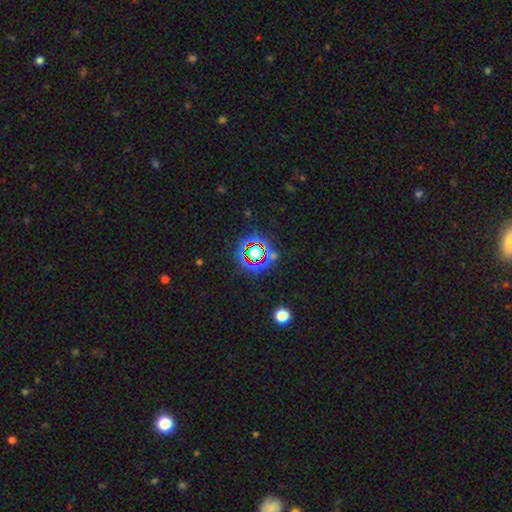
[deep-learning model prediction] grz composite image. It shows a star or artifact, not a galaxy (71%).